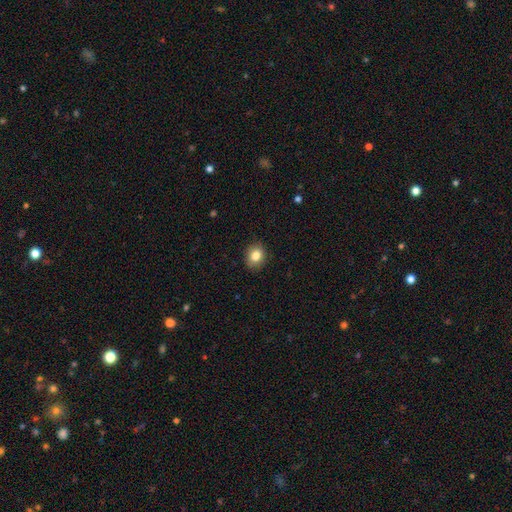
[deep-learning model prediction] smooth-or-featured: smooth: 83% | star or artifact: 10% | featured or disk: 7%
  how-rounded: round: 63% | in between: 36% | cigar-shaped: 1%
  merging: none: 88% | minor disturbance: 9% | major disturbance: 2% | merger: 1%